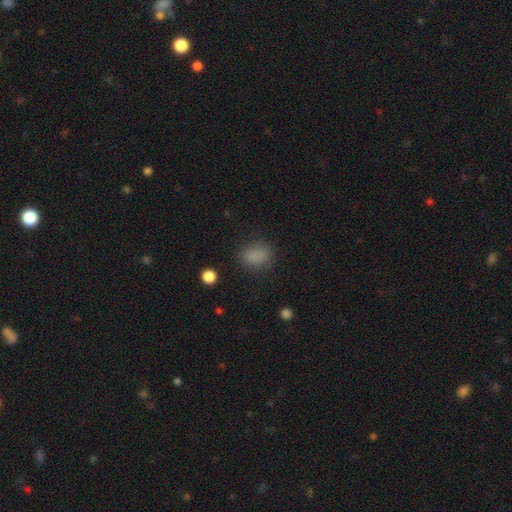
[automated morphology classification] Smooth or featured: smooth — 83% (star or artifact — 12%)
How rounded: in between — 67% (round — 31%)
Merging: none — 80% (minor disturbance — 13%)